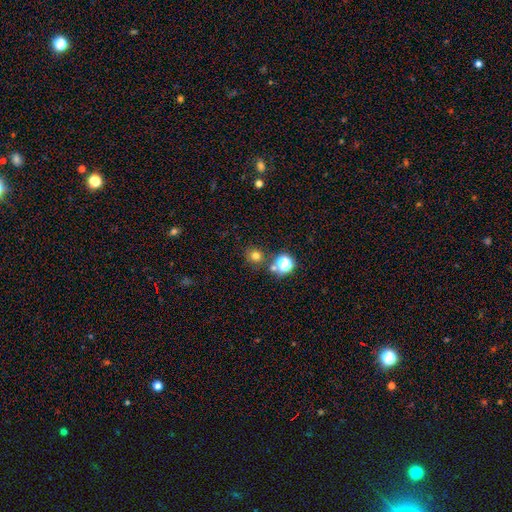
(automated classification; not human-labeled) smooth 73%, star or artifact 21%, featured or disk 7%. Down the decision tree: how rounded — round (90%); merging — none (78%).